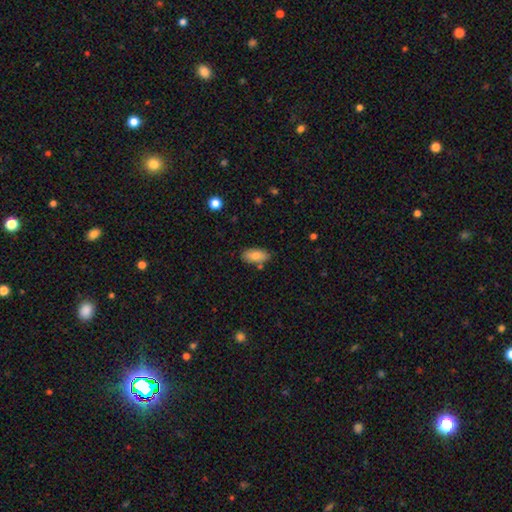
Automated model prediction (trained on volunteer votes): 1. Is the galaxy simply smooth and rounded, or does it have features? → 83% smooth, 10% featured or disk, 7% star or artifact.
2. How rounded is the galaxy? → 89% in between, 8% cigar-shaped, 3% round.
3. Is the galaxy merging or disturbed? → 79% none, 14% minor disturbance, 5% merger, 3% major disturbance.